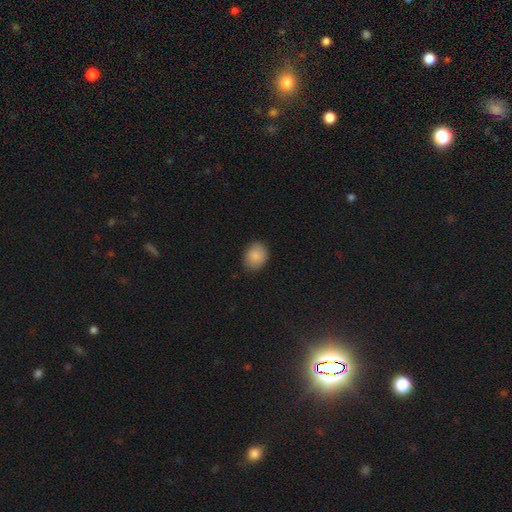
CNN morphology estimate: Overall: smooth (87%). How rounded: in between (58%; round 41%). Merging: none (83%).